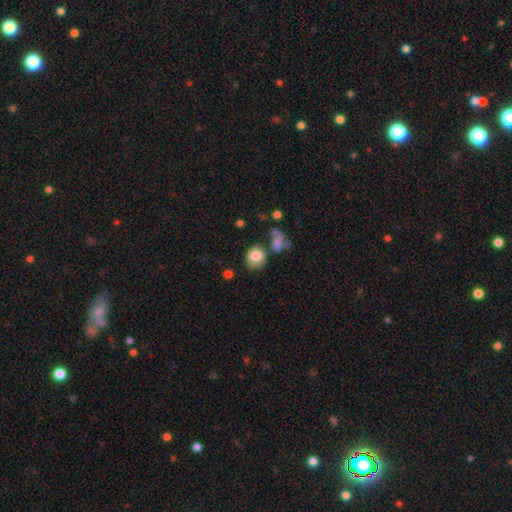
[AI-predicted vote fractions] Morphology: type=smooth (81%); roundness=round (69%); merging=none (54%).